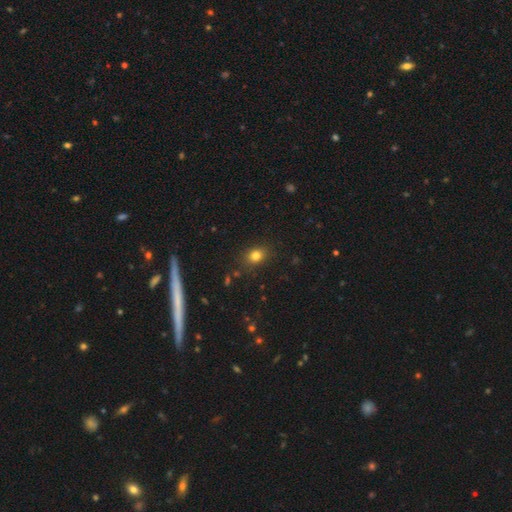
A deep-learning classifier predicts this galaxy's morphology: Q: Smooth or featured?
A: smooth (79%); runner-up: star or artifact (13%)
Q: How rounded?
A: round (51%); runner-up: in between (47%)
Q: Merging?
A: none (85%); runner-up: minor disturbance (11%)